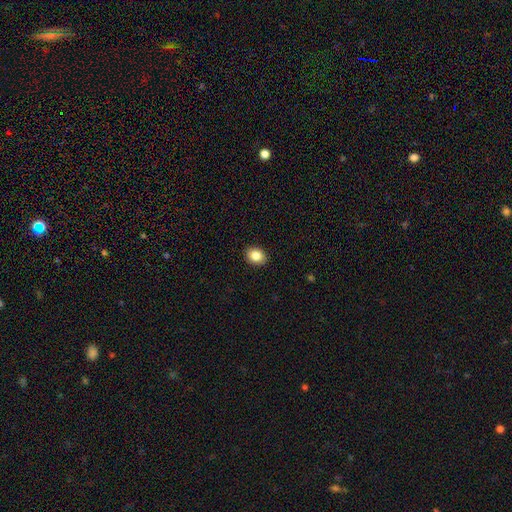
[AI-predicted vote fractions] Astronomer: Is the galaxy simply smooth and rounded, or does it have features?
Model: smooth — 85%.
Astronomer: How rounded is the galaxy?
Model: in between — 59% (runner-up: round, 40%).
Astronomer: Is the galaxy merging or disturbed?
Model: none — 91%.